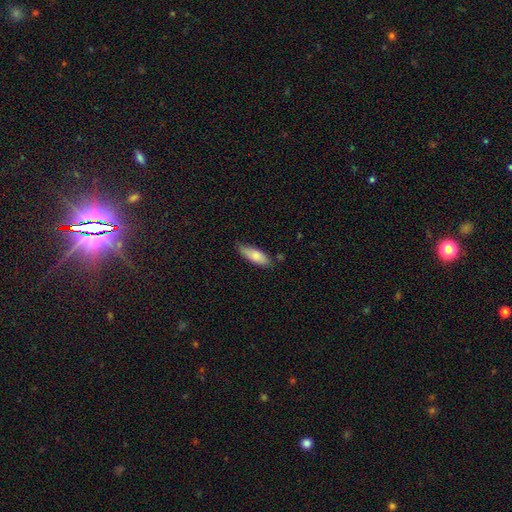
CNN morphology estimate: The model was most divided on "how rounded": in between: 60%, cigar-shaped: 39%, round: 2%. More confident: smooth or featured — smooth (80%); merging — none (74%).